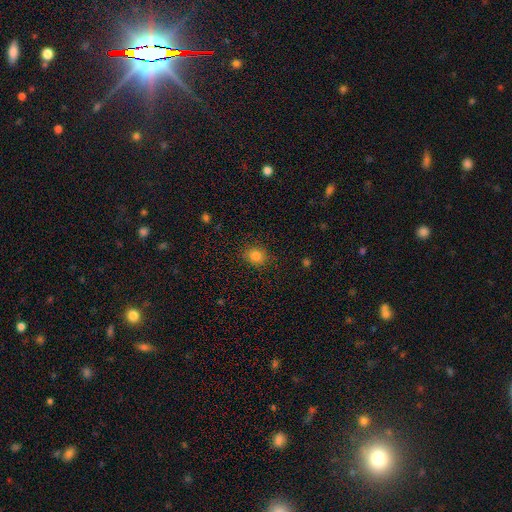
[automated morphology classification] smooth 84%, star or artifact 12%, featured or disk 5%. Down the decision tree: how rounded — round (62%); merging — none (86%).